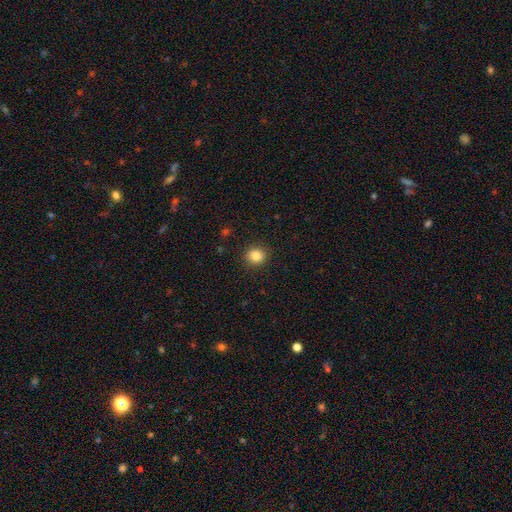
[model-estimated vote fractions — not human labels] smooth-or-featured: smooth: 85% | star or artifact: 11% | featured or disk: 4%
  how-rounded: round: 87% | in between: 12% | cigar-shaped: 1%
  merging: none: 90% | minor disturbance: 6% | major disturbance: 2% | merger: 1%